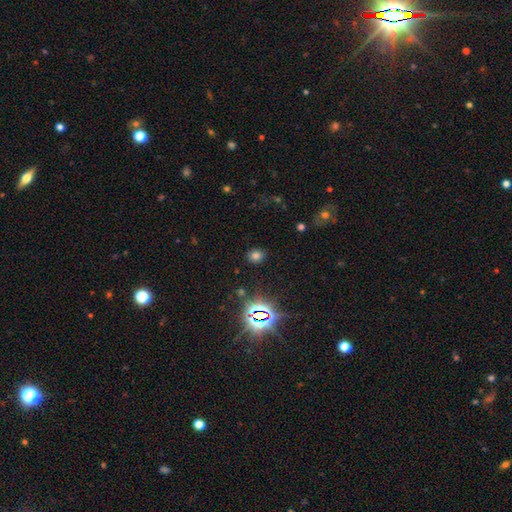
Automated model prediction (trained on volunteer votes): Smooth or featured? smooth (66%)
How rounded? round (57%)
Merging? none (86%)